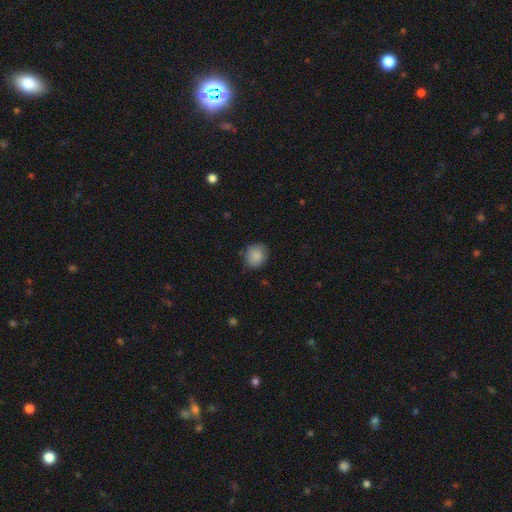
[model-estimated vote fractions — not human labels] Smooth or featured?
  - smooth: 88% *
  - star or artifact: 7%
  - featured or disk: 5%
How rounded?
  - round: 70% *
  - in between: 29%
  - cigar-shaped: 1%
Merging?
  - none: 78% *
  - minor disturbance: 17%
  - major disturbance: 3%
  - merger: 1%